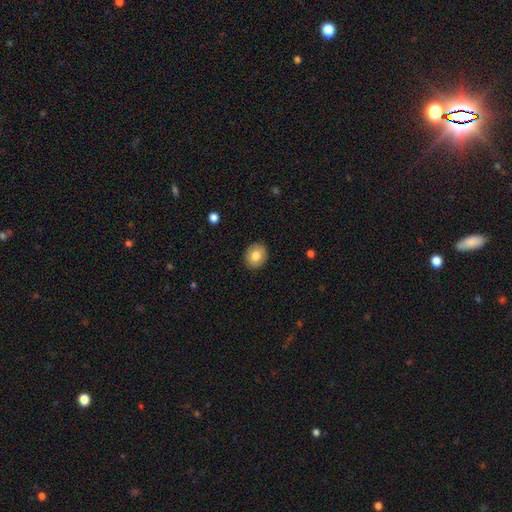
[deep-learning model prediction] This appears to be a smooth galaxy with no disk features (81%) that is round (62%). Merging: none (90%).